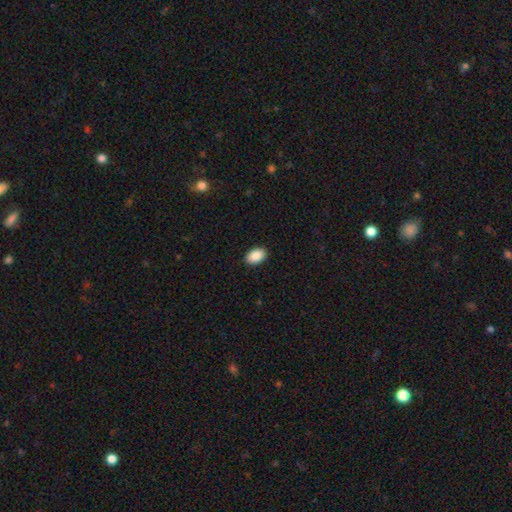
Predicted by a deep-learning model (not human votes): Smooth or featured?
  - smooth: 90% *
  - star or artifact: 7%
  - featured or disk: 4%
How rounded?
  - in between: 89% *
  - round: 10%
  - cigar-shaped: 1%
Merging?
  - none: 91% *
  - minor disturbance: 7%
  - major disturbance: 2%
  - merger: 1%